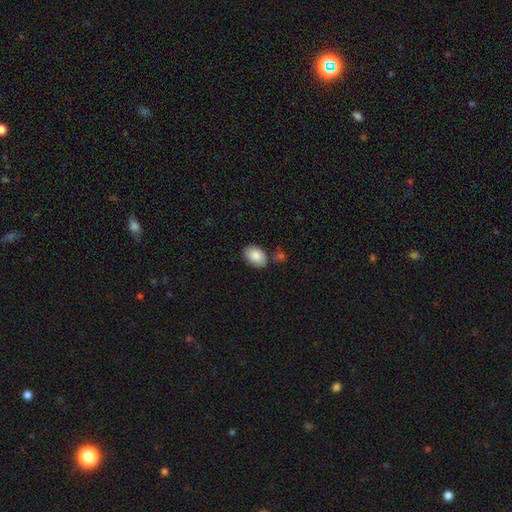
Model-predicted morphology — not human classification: Smooth or featured? Predicted: smooth (p=0.88). How rounded? Predicted: in between (p=0.88). Merging? Predicted: none (p=0.75).